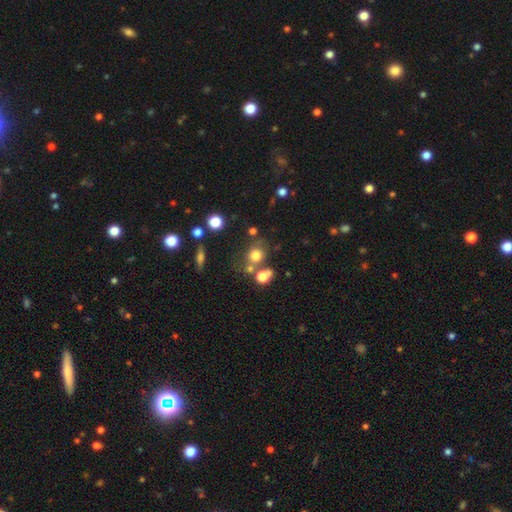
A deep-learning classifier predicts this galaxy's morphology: smooth-or-featured: smooth: 73% | star or artifact: 16% | featured or disk: 11%
  how-rounded: round: 79% | in between: 20% | cigar-shaped: 1%
  merging: none: 57% | merger: 24% | minor disturbance: 12% | major disturbance: 6%